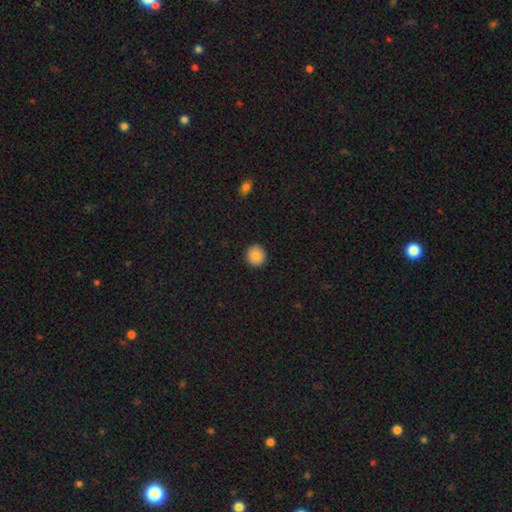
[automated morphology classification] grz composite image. It shows a smooth galaxy with no disk features (86%) that is round (91%). Merging: none (92%).